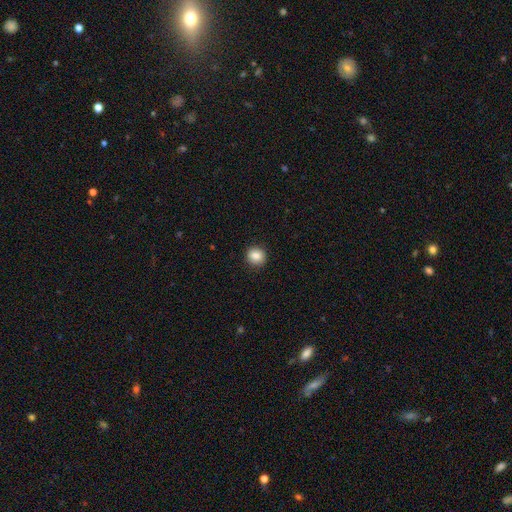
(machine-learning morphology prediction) smooth_or_featured: smooth (p=0.86) [alt: star or artifact p=0.09]
how_rounded: round (p=0.88) [alt: in between p=0.11]
merging: none (p=0.91) [alt: minor disturbance p=0.06]